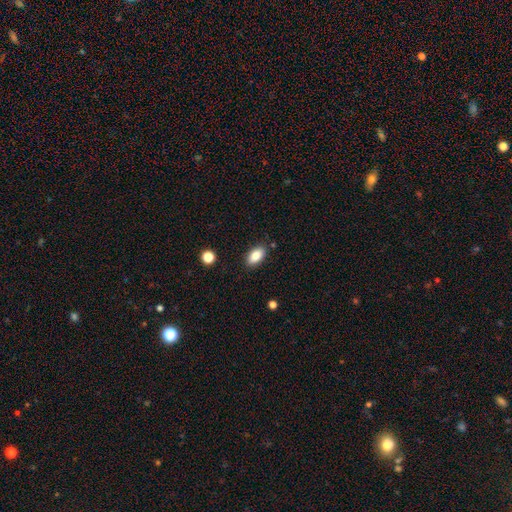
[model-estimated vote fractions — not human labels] smooth 85%, star or artifact 8%, featured or disk 7%. Down the decision tree: how rounded — in between (92%); merging — none (86%).